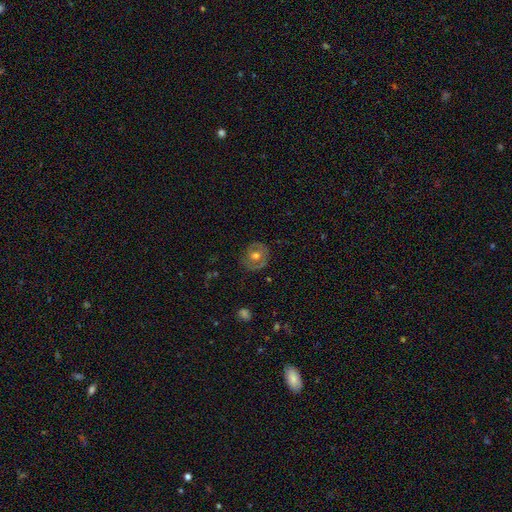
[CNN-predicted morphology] type=featured or disk (47%); merging=none (81%).